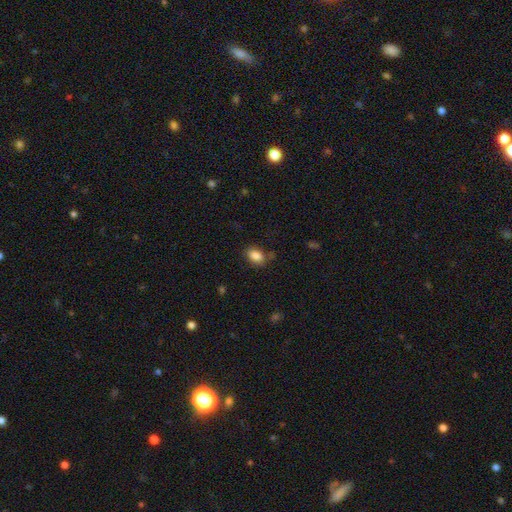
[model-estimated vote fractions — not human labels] Morphology: type=smooth (86%); roundness=in between (82%); merging=none (77%).